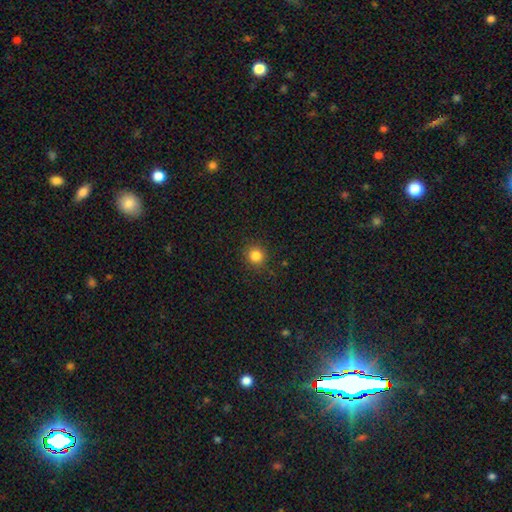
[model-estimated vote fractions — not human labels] This is clearly a smooth galaxy (84%). How rounded: clearly round (92%). Merging: clearly none (89%).